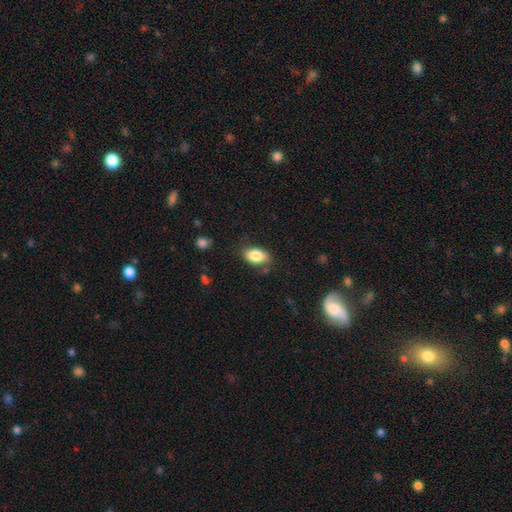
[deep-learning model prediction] smooth-or-featured: smooth: 84% | featured or disk: 8% | star or artifact: 7%
  how-rounded: in between: 89% | round: 9% | cigar-shaped: 2%
  merging: none: 77% | minor disturbance: 17% | major disturbance: 4% | merger: 2%